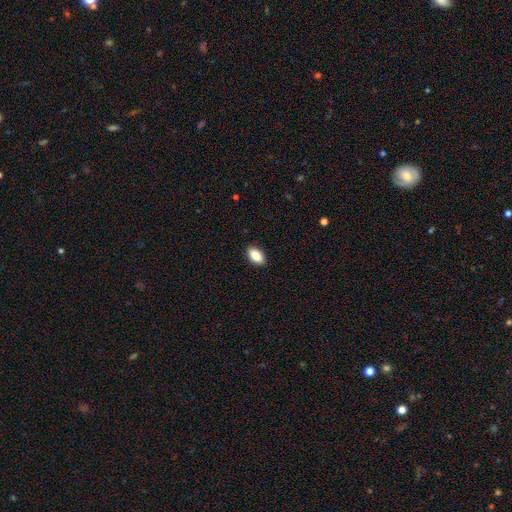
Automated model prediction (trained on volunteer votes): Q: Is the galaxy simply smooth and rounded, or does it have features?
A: smooth — 87%.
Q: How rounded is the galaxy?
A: in between — 92%.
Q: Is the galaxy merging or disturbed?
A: none — 89%.